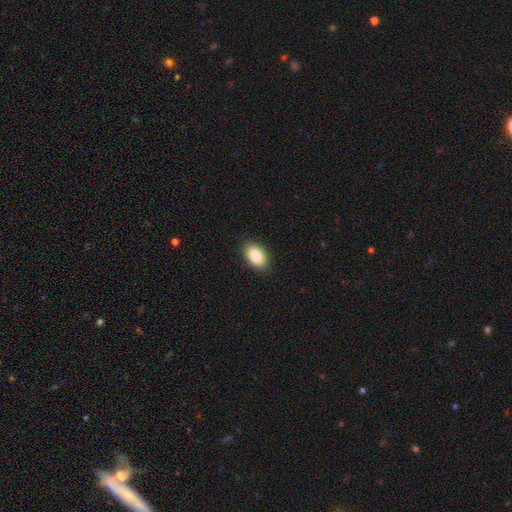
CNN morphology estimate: A smooth galaxy with no disk features (86%) that is in between round and cigar-shaped (92%).

Vote fractions:
- Smooth or featured? smooth: 86% / star or artifact: 7% / featured or disk: 6%
- How rounded? in between: 92% / round: 6% / cigar-shaped: 2%
- Merging? none: 89% / minor disturbance: 8% / major disturbance: 2% / merger: 1%